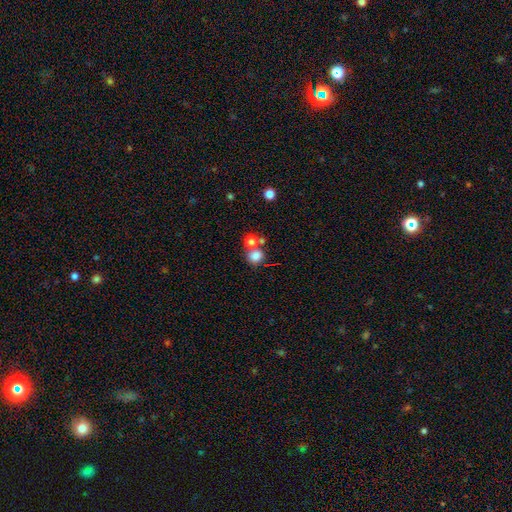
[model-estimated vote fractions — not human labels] smooth-or-featured: smooth: 81% | star or artifact: 12% | featured or disk: 8%
  how-rounded: round: 83% | in between: 16% | cigar-shaped: 1%
  merging: none: 55% | merger: 33% | minor disturbance: 8% | major disturbance: 4%